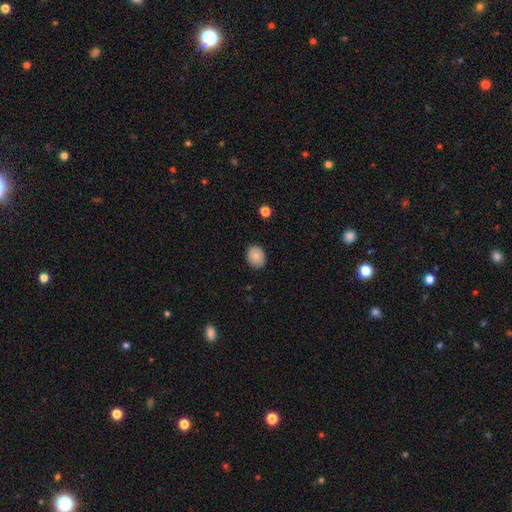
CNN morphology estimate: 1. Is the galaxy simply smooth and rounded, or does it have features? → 85% smooth, 8% star or artifact, 8% featured or disk.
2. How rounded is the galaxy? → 51% in between, 48% round, 1% cigar-shaped.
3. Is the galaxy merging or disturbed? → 86% none, 11% minor disturbance, 2% major disturbance, 1% merger.